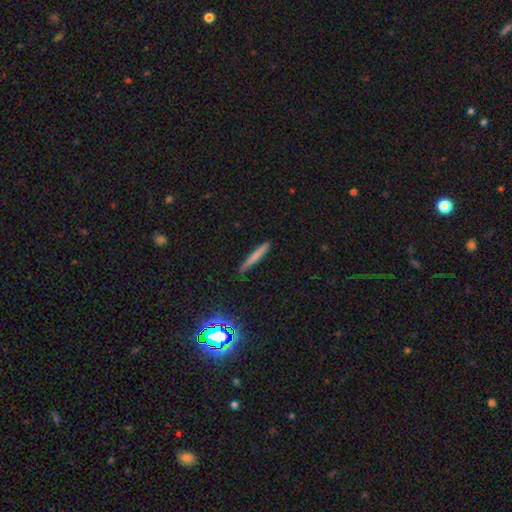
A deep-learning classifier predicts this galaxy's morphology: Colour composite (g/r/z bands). It shows a smooth galaxy with no disk features (69%) that is cigar-shaped (95%). Merging: none (89%).